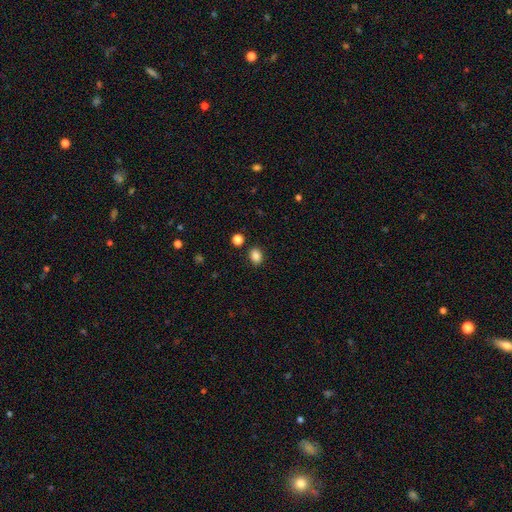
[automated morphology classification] A smooth galaxy with no disk features (86%) that is in between round and cigar-shaped (65%).

Vote fractions:
- Smooth or featured? smooth: 86% / star or artifact: 10% / featured or disk: 4%
- How rounded? in between: 65% / round: 34% / cigar-shaped: 1%
- Merging? none: 86% / minor disturbance: 9% / merger: 3% / major disturbance: 3%